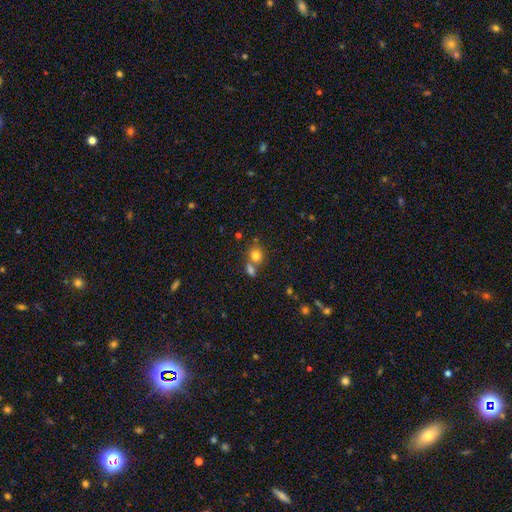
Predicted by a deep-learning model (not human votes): Smooth or featured? smooth (79%)
How rounded? round (76%)
Merging? none (49%)